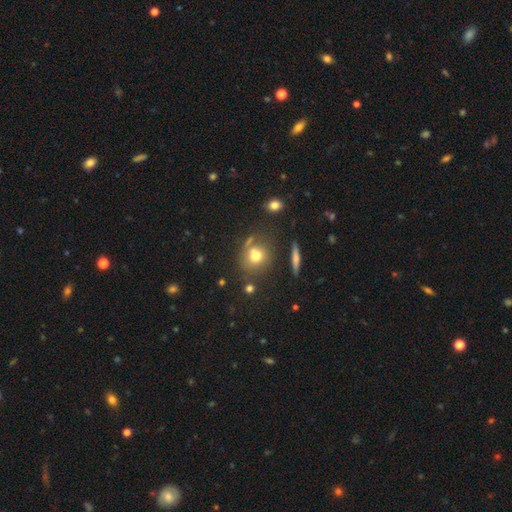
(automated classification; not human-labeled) smooth-or-featured: smooth: 69% | star or artifact: 15% | featured or disk: 15%
  how-rounded: round: 77% | in between: 21% | cigar-shaped: 2%
  merging: none: 64% | merger: 15% | minor disturbance: 14% | major disturbance: 6%